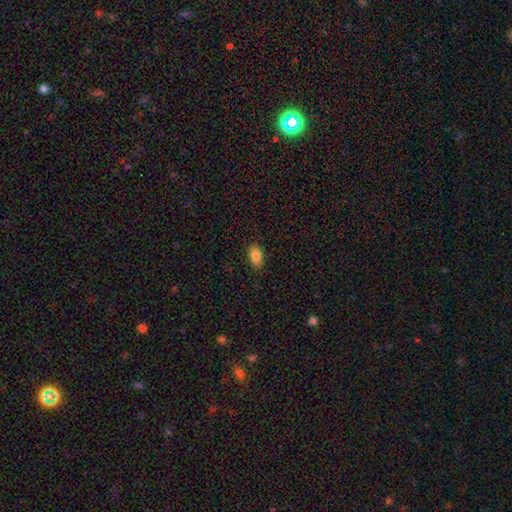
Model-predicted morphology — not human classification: Smooth or featured? smooth (84%)
How rounded? in between (91%)
Merging? none (87%)